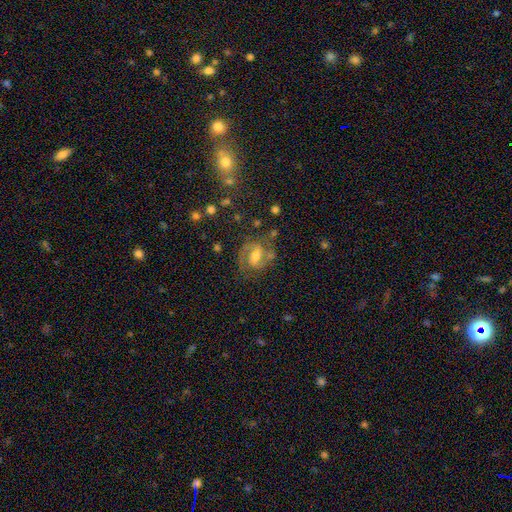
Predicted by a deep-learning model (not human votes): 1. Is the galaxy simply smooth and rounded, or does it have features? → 70% featured or disk, 19% smooth, 11% star or artifact.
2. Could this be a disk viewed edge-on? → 97% no, 3% yes.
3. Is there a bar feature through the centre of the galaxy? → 50% weak, 26% no, 24% strong.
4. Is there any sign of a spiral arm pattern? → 87% yes, 13% no.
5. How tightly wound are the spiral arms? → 51% medium, 32% tight, 16% loose.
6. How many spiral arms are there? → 81% 2, 10% can't tell, 4% 1, 2% 3, 1% 4, 1% more than 4.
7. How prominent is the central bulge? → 54% moderate, 24% small, 14% large, 5% none, 2% dominant.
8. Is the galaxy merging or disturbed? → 68% none, 18% minor disturbance, 10% major disturbance, 4% merger.